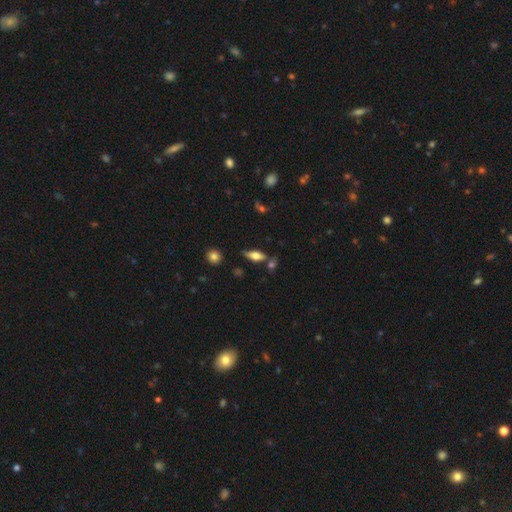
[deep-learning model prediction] smooth_or_featured: smooth (p=0.56) [alt: featured or disk p=0.37]
how_rounded: in between (p=0.68) [alt: cigar-shaped p=0.28]
merging: none (p=0.70) [alt: minor disturbance p=0.15]